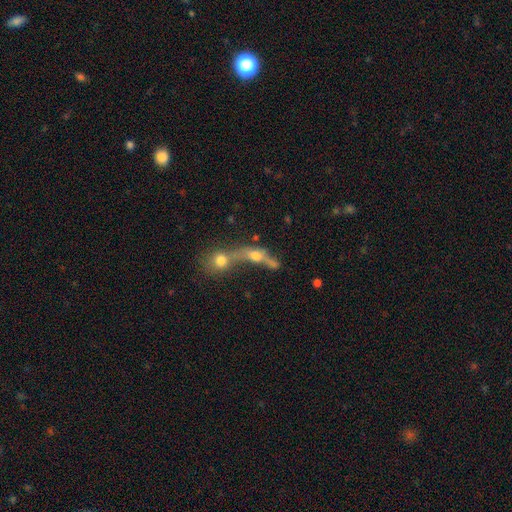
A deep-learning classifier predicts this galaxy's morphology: The model was most divided on "smooth or featured": smooth: 48%, featured or disk: 28%, star or artifact: 24%. More confident: merging — merger (60%).